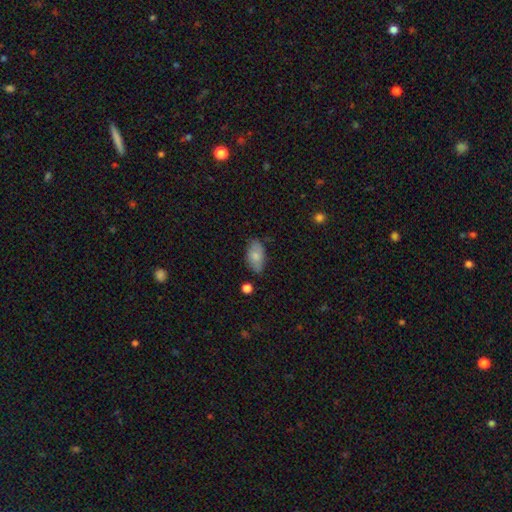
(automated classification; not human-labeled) A smooth galaxy with no disk features (78%) that is in between round and cigar-shaped (92%). Merging: none (70%).